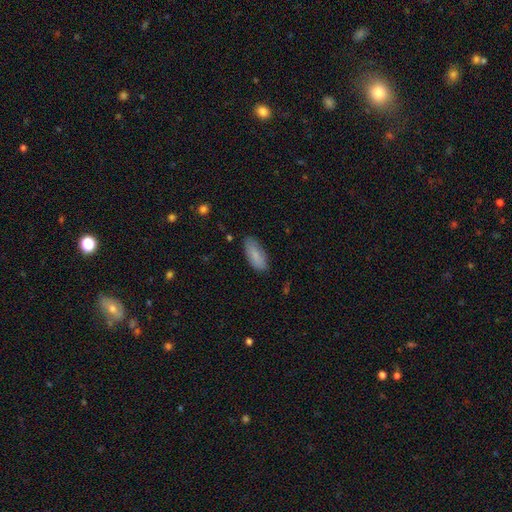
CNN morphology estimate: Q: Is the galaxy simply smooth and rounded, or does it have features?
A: smooth — 82%.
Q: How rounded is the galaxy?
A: in between — 82%.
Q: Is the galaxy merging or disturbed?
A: none — 80%.